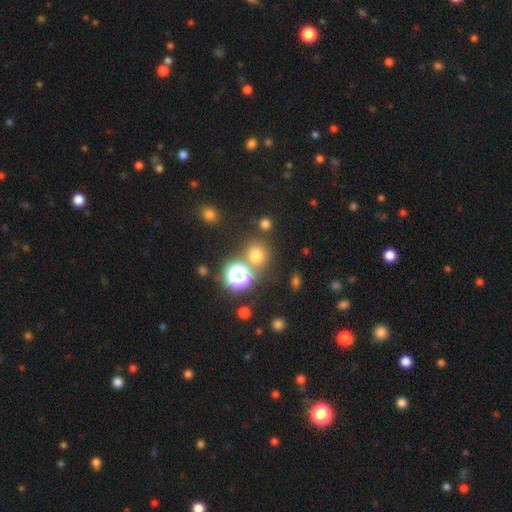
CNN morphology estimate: Smooth or featured?
  - smooth: 68% *
  - star or artifact: 25%
  - featured or disk: 7%
How rounded?
  - round: 89% *
  - in between: 10%
  - cigar-shaped: 1%
Merging?
  - none: 75% *
  - merger: 13%
  - minor disturbance: 8%
  - major disturbance: 4%